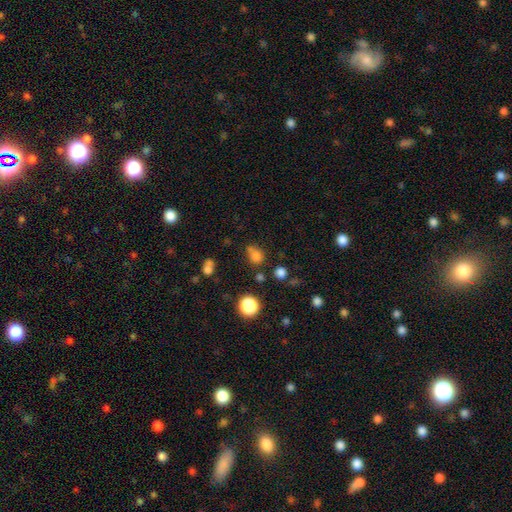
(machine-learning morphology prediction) Overall: smooth (75%). How rounded: round (74%). Merging: none (59%; merger 19%).